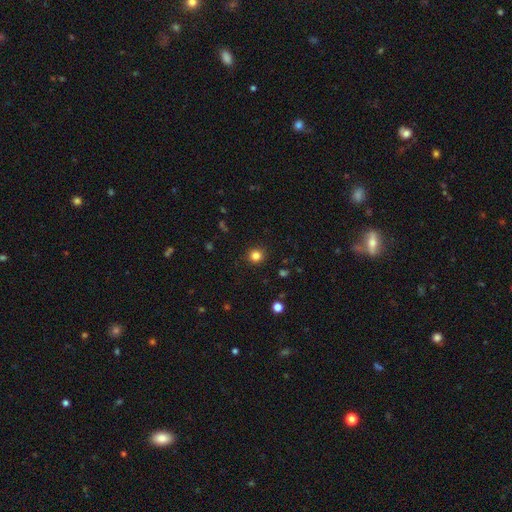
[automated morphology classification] Smooth or featured? smooth (83%)
How rounded? round (93%)
Merging? none (91%)